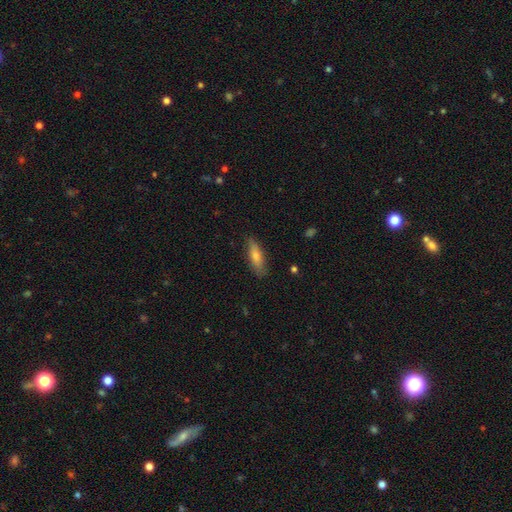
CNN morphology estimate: Smooth or featured? Predicted: smooth (p=0.66). How rounded? Predicted: cigar-shaped (p=0.55). Merging? Predicted: none (p=0.83).